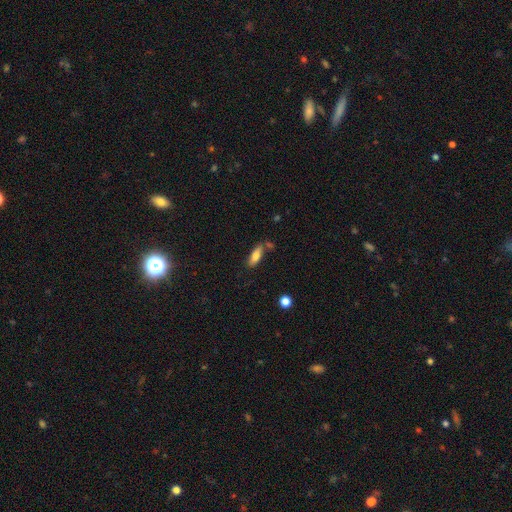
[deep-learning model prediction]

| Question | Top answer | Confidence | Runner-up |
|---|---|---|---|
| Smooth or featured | smooth | 76% | featured or disk (17%) |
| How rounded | in between | 65% | cigar-shaped (33%) |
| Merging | none | 69% | minor disturbance (16%) |